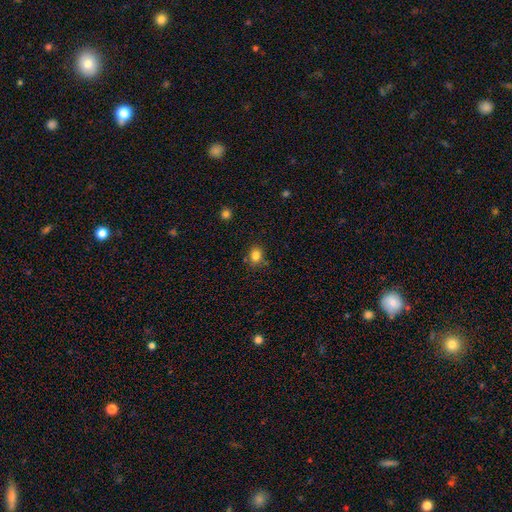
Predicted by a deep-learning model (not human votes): Smooth or featured? smooth (83%)
How rounded? round (56%)
Merging? none (77%)